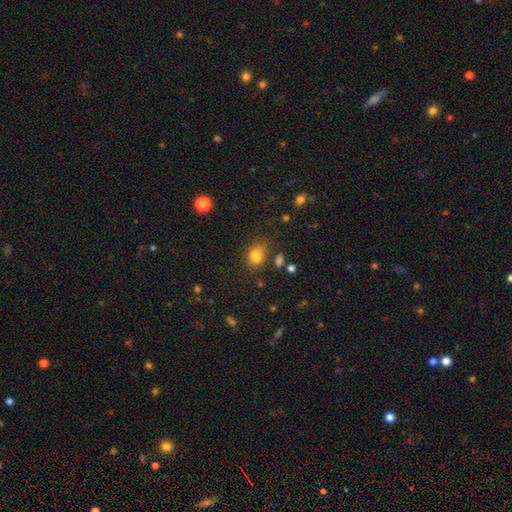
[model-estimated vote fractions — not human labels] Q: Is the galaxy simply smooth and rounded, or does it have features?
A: smooth — 79%.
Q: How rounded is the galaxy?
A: in between — 57%.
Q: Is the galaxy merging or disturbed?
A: none — 55%.